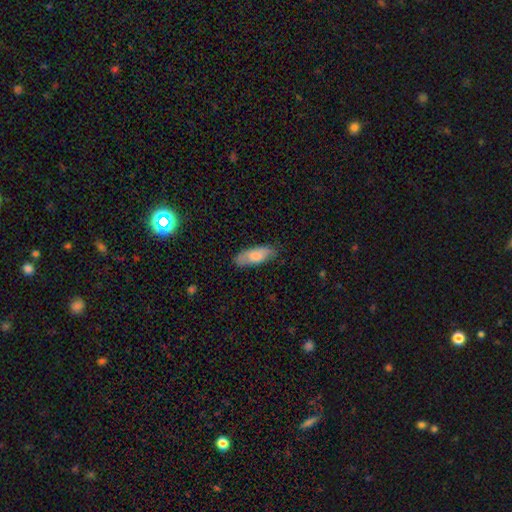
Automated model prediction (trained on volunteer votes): Morphology: type=smooth (78%); roundness=in between (71%); merging=none (78%).